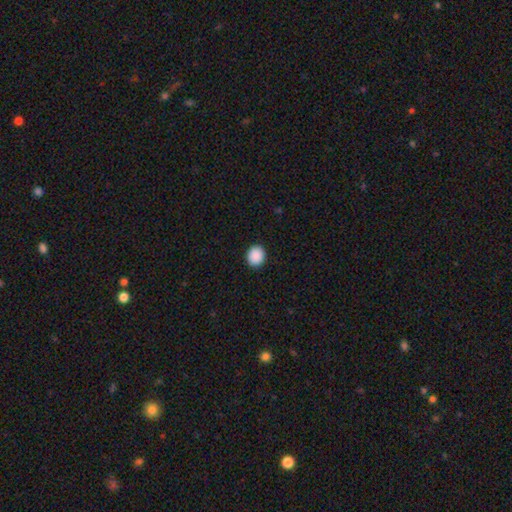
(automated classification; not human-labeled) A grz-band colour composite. It shows a smooth galaxy with no disk features (90%) that is round (71%). Merging: none (92%).